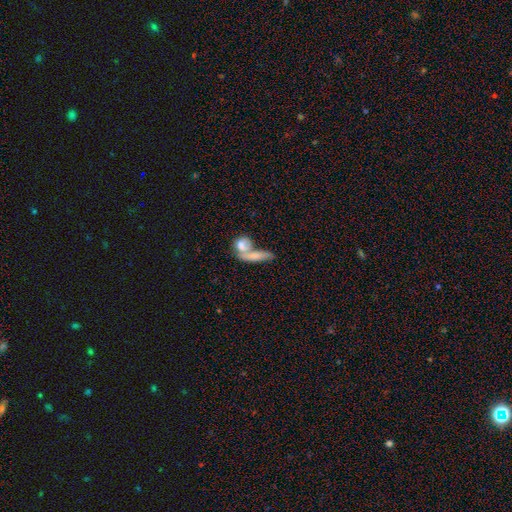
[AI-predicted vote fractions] smooth-or-featured: smooth: 67% | featured or disk: 24% | star or artifact: 9%
  how-rounded: cigar-shaped: 47% | in between: 41% | round: 12%
  merging: merger: 50% | none: 32% | minor disturbance: 10% | major disturbance: 8%